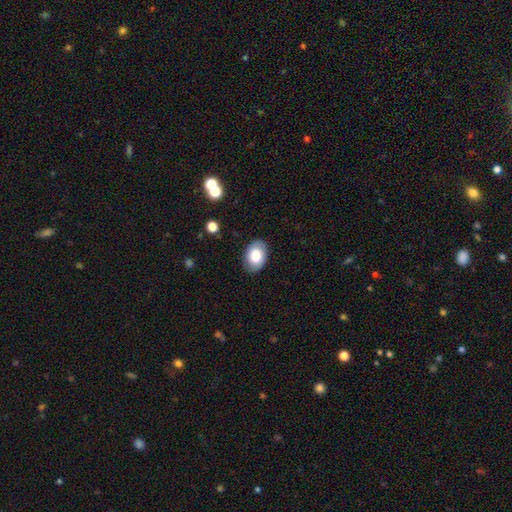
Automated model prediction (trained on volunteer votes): Overall: smooth (77%). How rounded: in between (84%). Merging: none (85%).